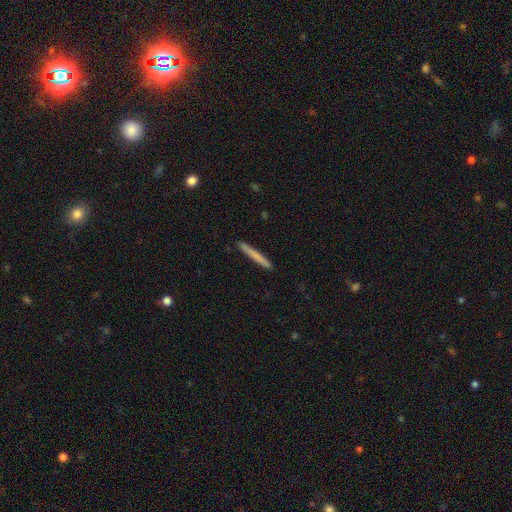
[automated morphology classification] This is likely a smooth galaxy (73%). How rounded: clearly cigar-shaped (97%). Merging: clearly none (90%).